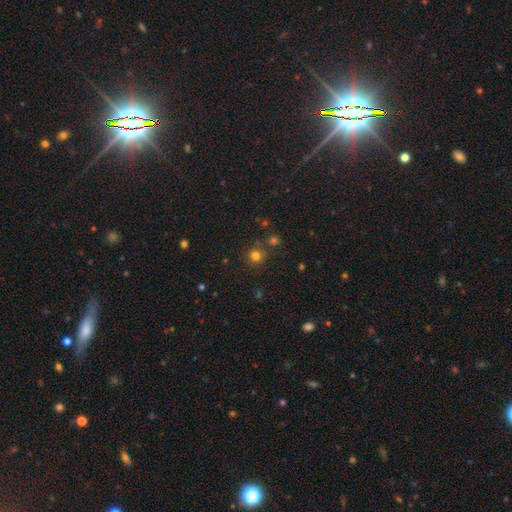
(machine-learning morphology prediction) This is likely a smooth galaxy (75%). How rounded: clearly round (92%). Merging: likely none (80%).